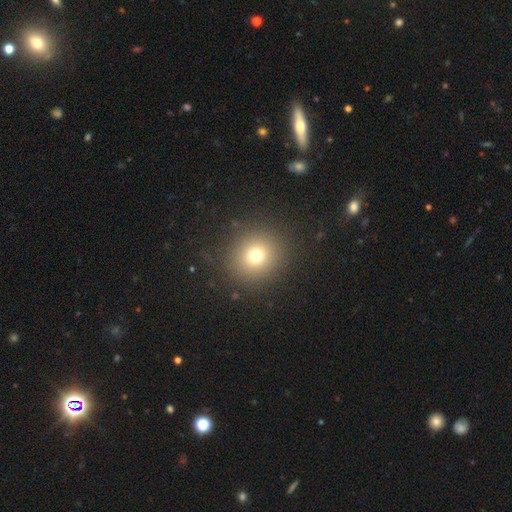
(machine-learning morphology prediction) A smooth galaxy with no disk features (73%) that is round (89%).

Vote fractions:
- Smooth or featured? smooth: 73% / star or artifact: 17% / featured or disk: 10%
- How rounded? round: 89% / in between: 10% / cigar-shaped: 1%
- Merging? none: 88% / minor disturbance: 7% / major disturbance: 4% / merger: 1%